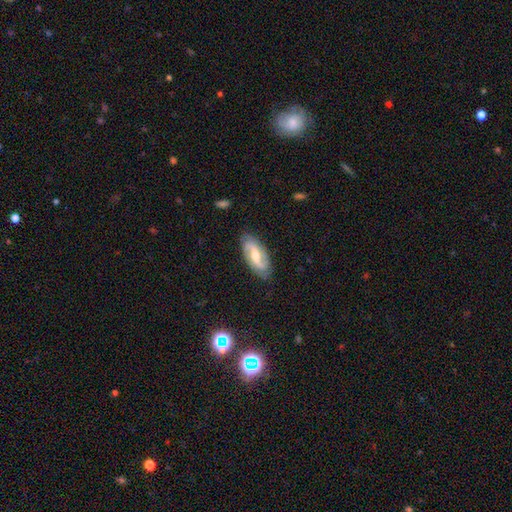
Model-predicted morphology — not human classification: smooth-or-featured: featured or disk: 82% | smooth: 13% | star or artifact: 6%
  disk-edge-on: no: 93% | yes: 7%
    bar: weak: 45% | strong: 35% | no: 20%
    has-spiral-arms: yes: 94% | no: 6%
      spiral-winding: medium: 43% | loose: 31% | tight: 26%
      spiral-arm-count: 2: 90% | can't tell: 5% | 1: 2% | 3: 1% | 4: 1% | more than 4: 1%
    bulge-size: moderate: 64% | small: 26% | large: 6% | none: 2% | dominant: 1%
  merging: none: 84% | minor disturbance: 12% | major disturbance: 3% | merger: 1%